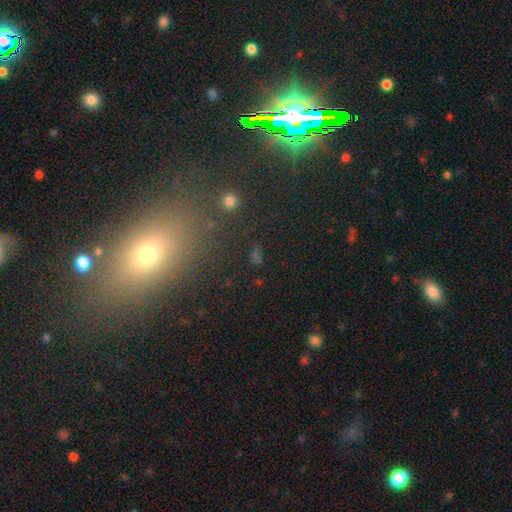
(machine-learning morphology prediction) This is possibly a smooth galaxy (45%). Merging: likely none (78%).